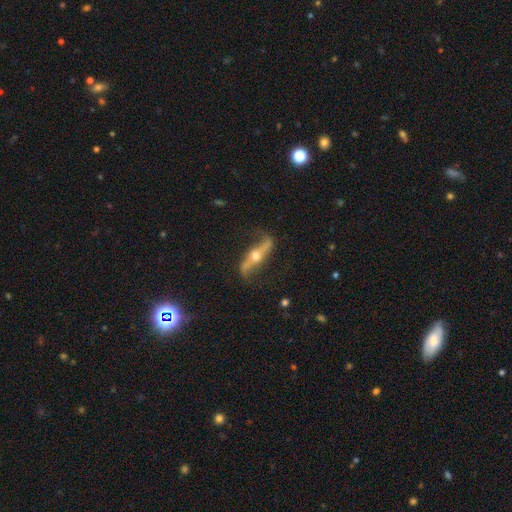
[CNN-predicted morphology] type=featured or disk (84%); edge-on=no (54%); merging=none (77%).